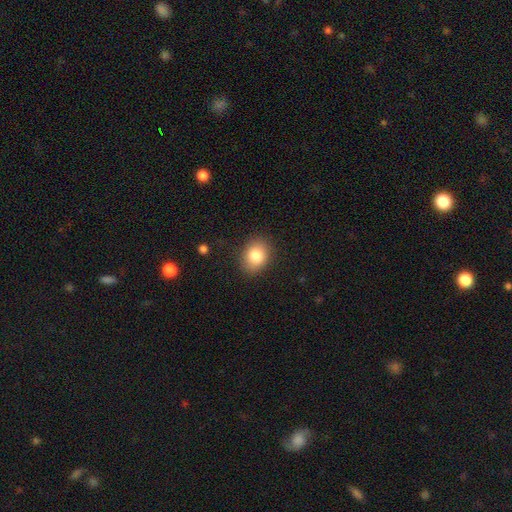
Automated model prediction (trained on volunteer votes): Smooth or featured: smooth — 83% (star or artifact — 9%)
How rounded: in between — 51% (round — 48%)
Merging: none — 86% (minor disturbance — 10%)